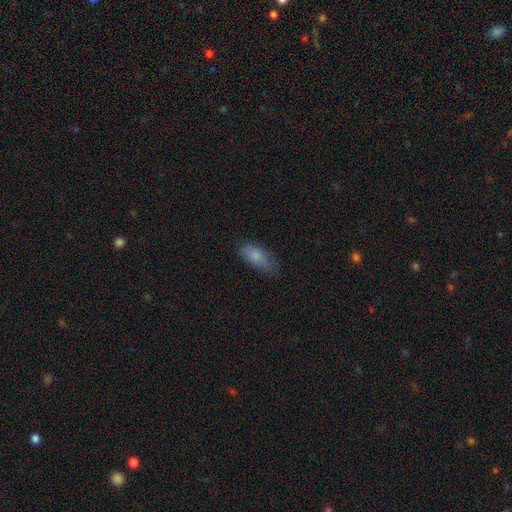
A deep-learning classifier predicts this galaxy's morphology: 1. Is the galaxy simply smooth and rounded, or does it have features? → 82% smooth, 10% featured or disk, 8% star or artifact.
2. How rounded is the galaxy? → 85% in between, 12% cigar-shaped, 3% round.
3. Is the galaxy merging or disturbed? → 64% none, 27% minor disturbance, 7% major disturbance, 1% merger.